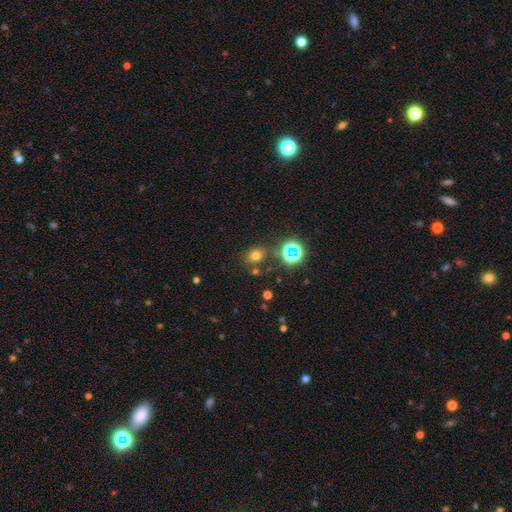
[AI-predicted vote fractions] The model was most divided on "how rounded": round: 53%, in between: 46%, cigar-shaped: 1%. More confident: merging — none (76%); smooth or featured — smooth (67%).